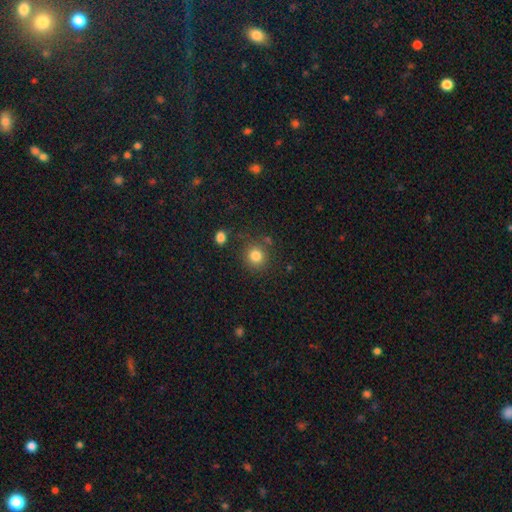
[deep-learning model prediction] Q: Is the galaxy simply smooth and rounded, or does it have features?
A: smooth — 82%.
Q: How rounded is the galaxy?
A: round — 89%.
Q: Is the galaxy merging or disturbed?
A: none — 82%.